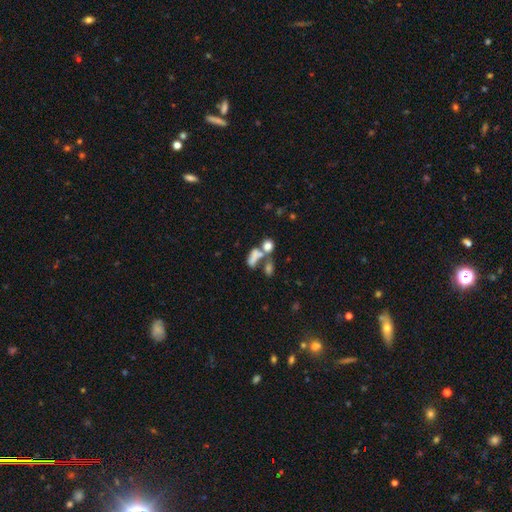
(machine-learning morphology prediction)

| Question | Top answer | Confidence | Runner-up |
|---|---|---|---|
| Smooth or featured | smooth | 65% | featured or disk (20%) |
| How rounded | in between | 65% | round (25%) |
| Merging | merger | 50% | none (25%) |